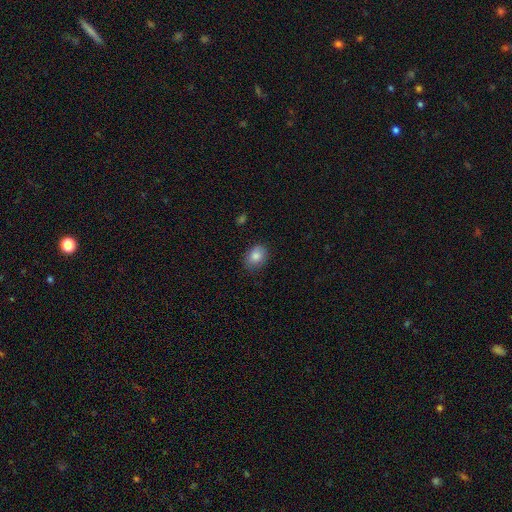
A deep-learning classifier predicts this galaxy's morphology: Smooth or featured: smooth — 84% (star or artifact — 9%)
How rounded: in between — 64% (round — 35%)
Merging: none — 80% (minor disturbance — 15%)